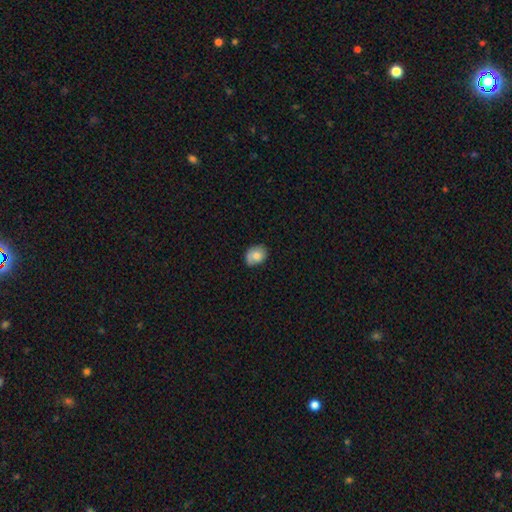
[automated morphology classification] Smooth or featured: smooth — 78% (featured or disk — 14%)
How rounded: in between — 55% (round — 44%)
Merging: none — 67% (minor disturbance — 26%)